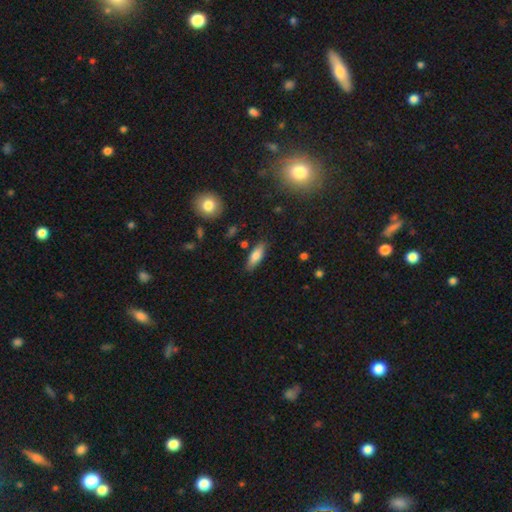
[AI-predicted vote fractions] smooth 77%, featured or disk 16%, star or artifact 7%. Down the decision tree: how rounded — in between (62%); merging — none (84%).